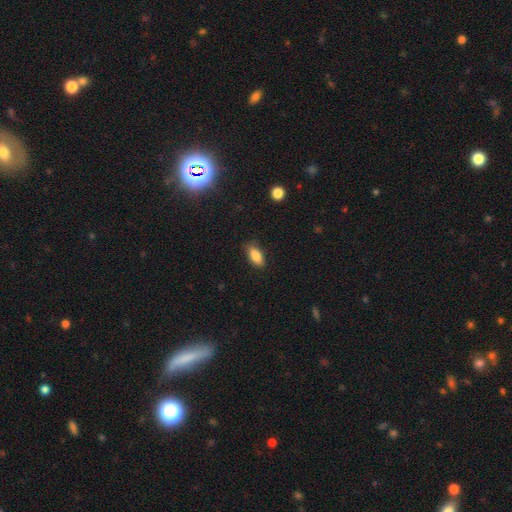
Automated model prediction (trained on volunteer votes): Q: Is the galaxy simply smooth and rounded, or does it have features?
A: smooth — 83%.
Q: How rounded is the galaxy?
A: in between — 86%.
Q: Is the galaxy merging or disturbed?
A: none — 83%.